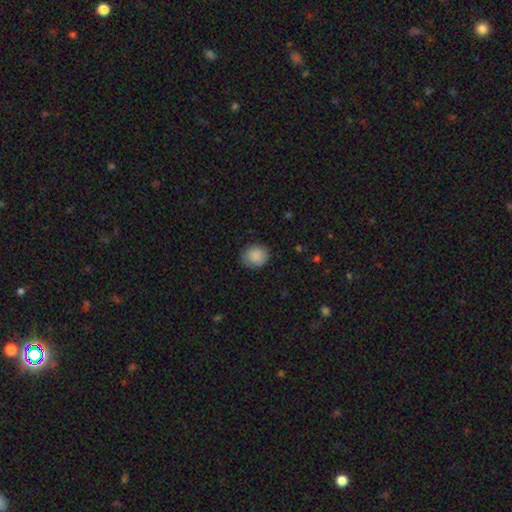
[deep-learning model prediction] smooth-or-featured: smooth: 88% | star or artifact: 8% | featured or disk: 5%
  how-rounded: round: 68% | in between: 31% | cigar-shaped: 1%
  merging: none: 79% | minor disturbance: 16% | major disturbance: 4% | merger: 1%